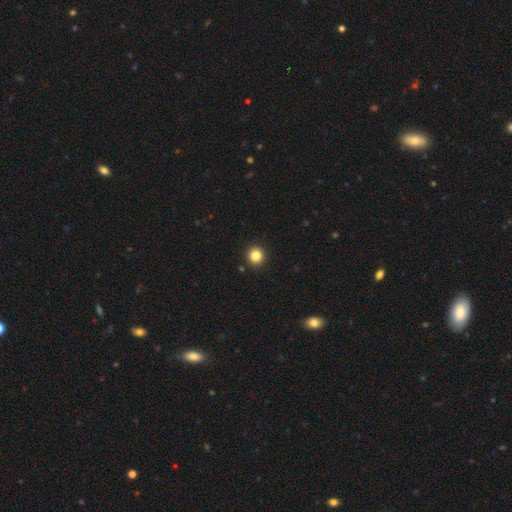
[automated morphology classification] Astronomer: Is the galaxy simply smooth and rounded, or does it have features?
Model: smooth — 84%.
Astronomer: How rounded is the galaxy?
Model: round — 93%.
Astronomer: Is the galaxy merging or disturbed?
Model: none — 93%.